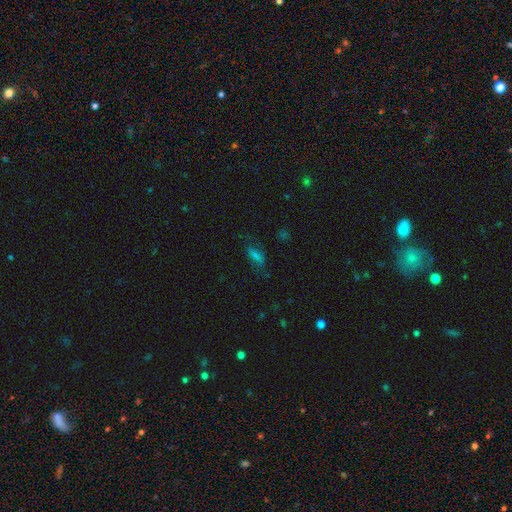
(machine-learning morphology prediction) A smooth galaxy with no disk features (45%). Merging: none (63%).